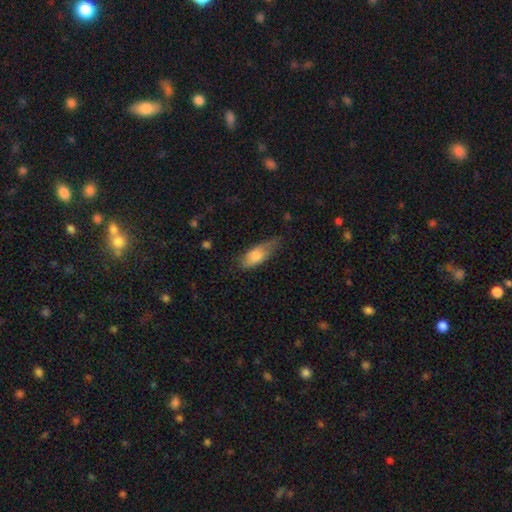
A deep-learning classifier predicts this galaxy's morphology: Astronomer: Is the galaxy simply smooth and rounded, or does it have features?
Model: smooth — 73%.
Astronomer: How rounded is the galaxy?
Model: in between — 74%.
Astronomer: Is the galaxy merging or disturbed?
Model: none — 51% (runner-up: minor disturbance, 36%).